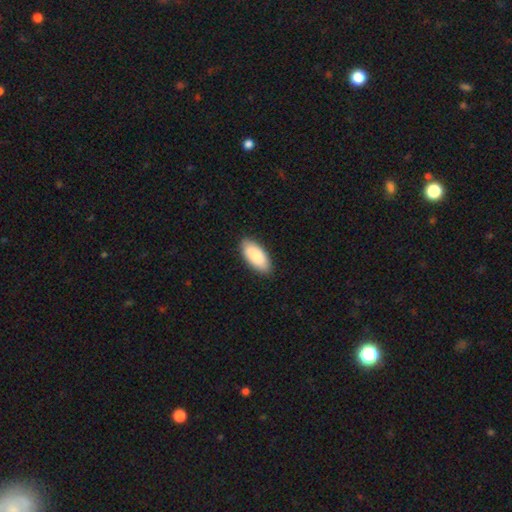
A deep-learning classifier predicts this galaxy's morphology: Smooth or featured: smooth — 89% (featured or disk — 6%)
How rounded: in between — 90% (cigar-shaped — 8%)
Merging: none — 87% (minor disturbance — 10%)